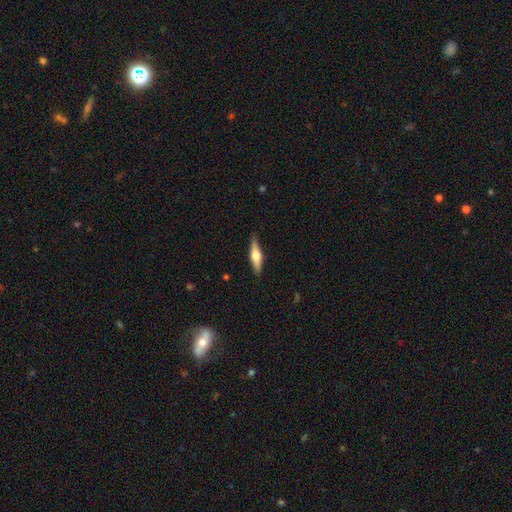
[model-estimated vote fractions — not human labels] smooth_or_featured: featured or disk (p=0.59) [alt: smooth p=0.36]
disk_edge_on: yes (p=0.96) [alt: no p=0.04]
edge_on_bulge: rounded (p=0.92) [alt: boxy p=0.06]
merging: none (p=0.86) [alt: minor disturbance p=0.10]